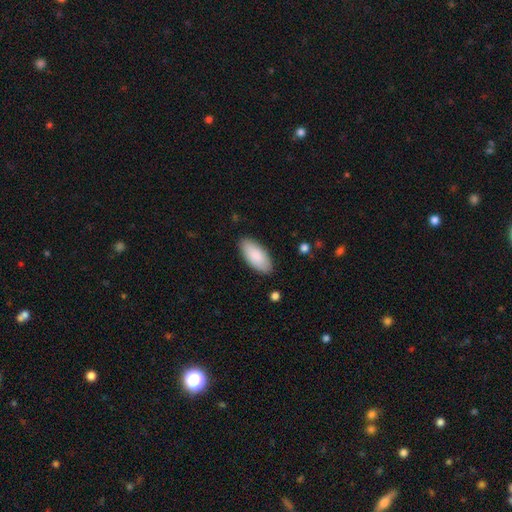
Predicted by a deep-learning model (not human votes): Smooth or featured: smooth — 88% (featured or disk — 7%)
How rounded: in between — 92% (cigar-shaped — 7%)
Merging: none — 87% (minor disturbance — 10%)